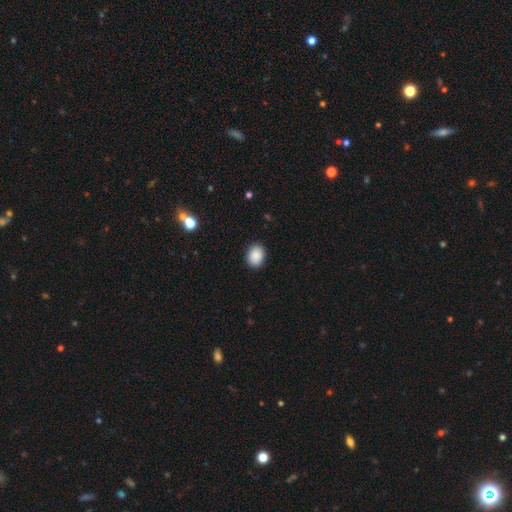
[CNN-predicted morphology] A smooth galaxy with no disk features (89%) that is in between round and cigar-shaped (63%). Merging: none (89%).